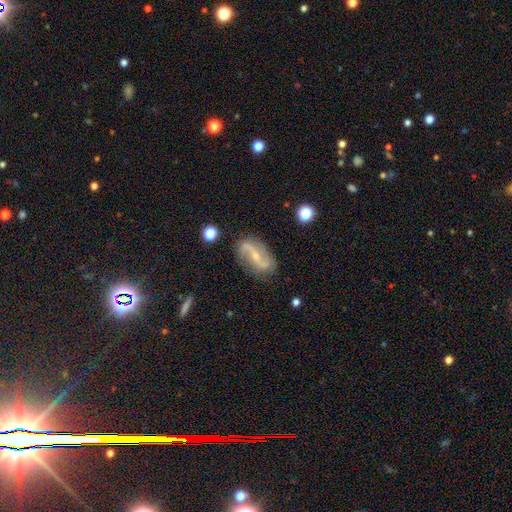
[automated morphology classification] Q: Smooth or featured?
A: featured or disk (86%); runner-up: smooth (8%)
Q: Edge-on disk?
A: no (96%); runner-up: yes (4%)
Q: Bar?
A: weak (36%); runner-up: strong (35%)
Q: Spiral arms?
A: yes (95%); runner-up: no (5%)
Q: Spiral winding?
A: loose (64%); runner-up: medium (27%)
Q: Spiral arm count?
A: 2 (93%); runner-up: can't tell (3%)
Q: Bulge size?
A: small (69%); runner-up: moderate (25%)
Q: Merging?
A: none (82%); runner-up: minor disturbance (12%)